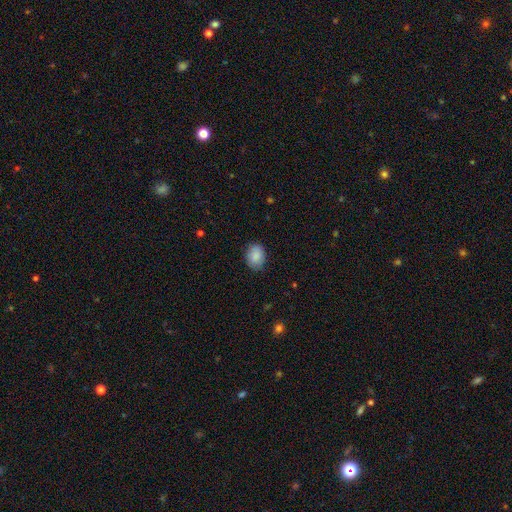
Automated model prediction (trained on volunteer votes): A smooth galaxy with no disk features (87%) that is in between round and cigar-shaped (66%).

Vote fractions:
- Smooth or featured? smooth: 87% / star or artifact: 7% / featured or disk: 6%
- How rounded? in between: 66% / round: 33% / cigar-shaped: 1%
- Merging? none: 81% / minor disturbance: 15% / major disturbance: 3% / merger: 1%